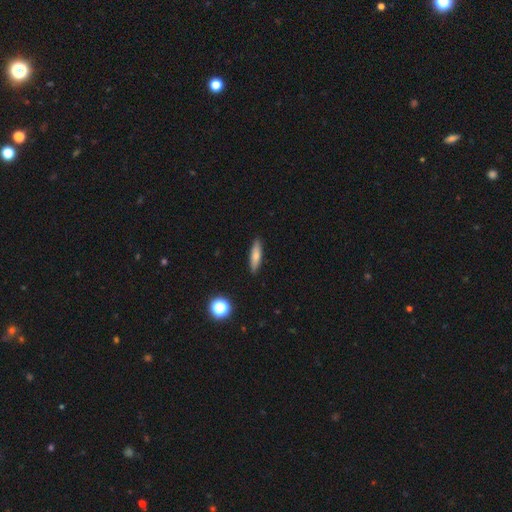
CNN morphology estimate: Smooth or featured? Predicted: smooth (p=0.71). How rounded? Predicted: cigar-shaped (p=0.71). Merging? Predicted: none (p=0.89).